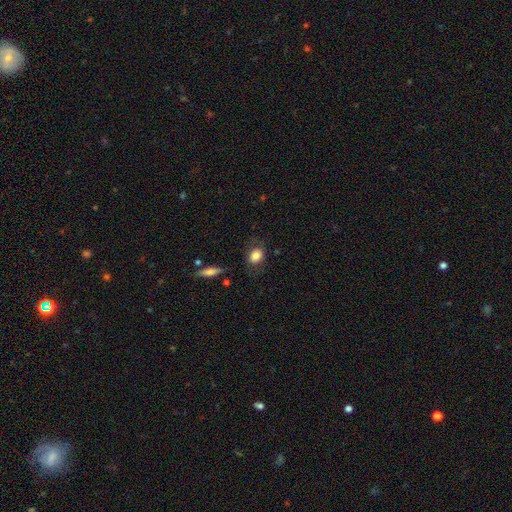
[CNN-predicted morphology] This is clearly a smooth galaxy (81%). How rounded: possibly in between (58%). Merging: likely none (70%).